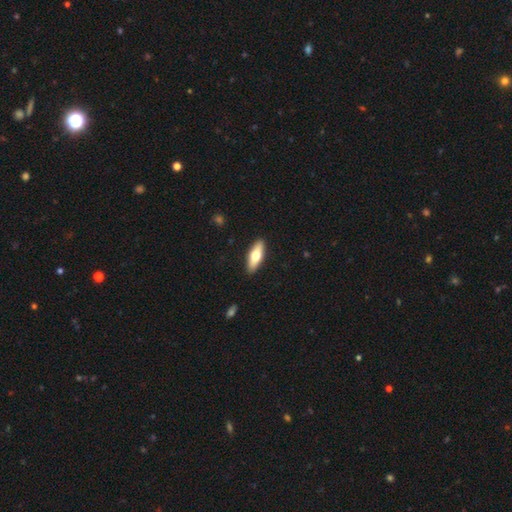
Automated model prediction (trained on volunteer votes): smooth_or_featured: smooth (p=0.61) [alt: featured or disk p=0.34]
how_rounded: in between (p=0.59) [alt: cigar-shaped p=0.39]
merging: none (p=0.90) [alt: minor disturbance p=0.07]